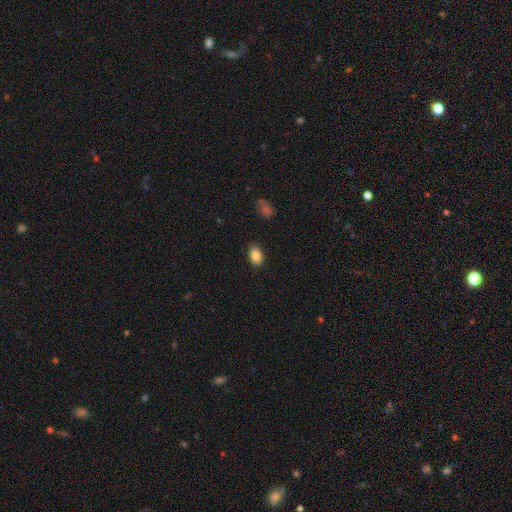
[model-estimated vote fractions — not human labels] The model was most divided on "how rounded": in between: 85%, round: 14%, cigar-shaped: 1%. More confident: merging — none (87%); smooth or featured — smooth (86%).